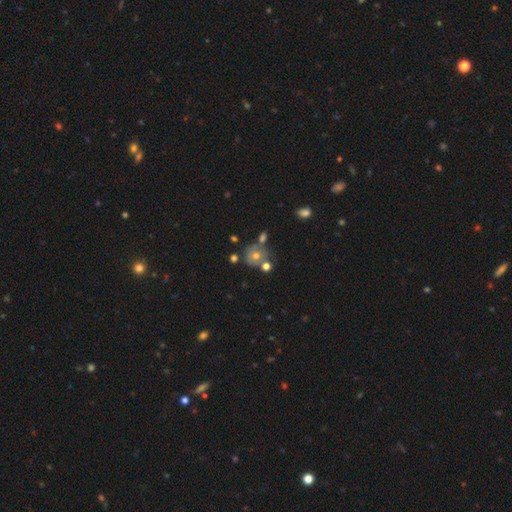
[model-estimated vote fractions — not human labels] Morphology: type=smooth (50%); roundness=round (85%); merging=none (62%).